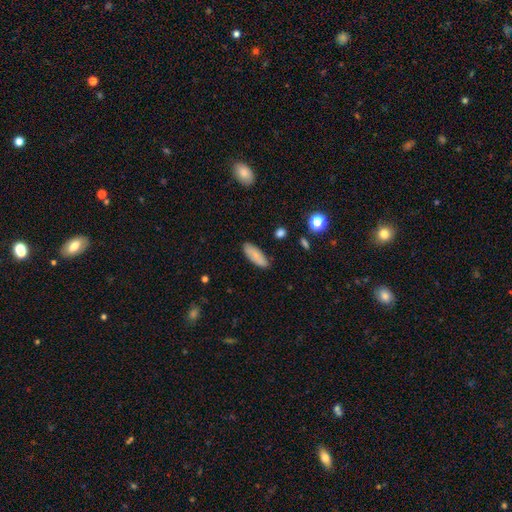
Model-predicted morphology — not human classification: Smooth or featured? smooth (80%)
How rounded? in between (71%)
Merging? none (86%)